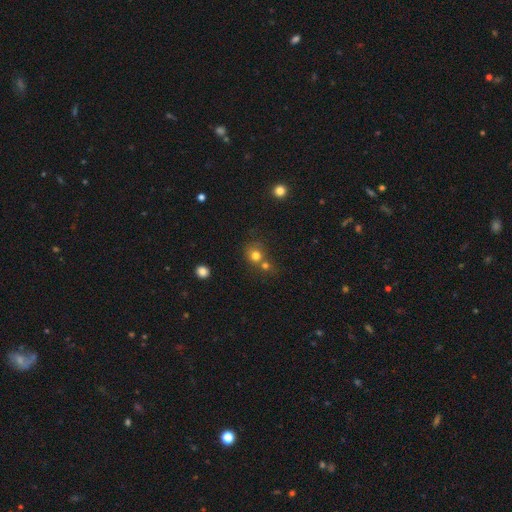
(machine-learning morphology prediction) Smooth or featured? Predicted: smooth (p=0.75). How rounded? Predicted: round (p=0.83). Merging? Predicted: none (p=0.46).